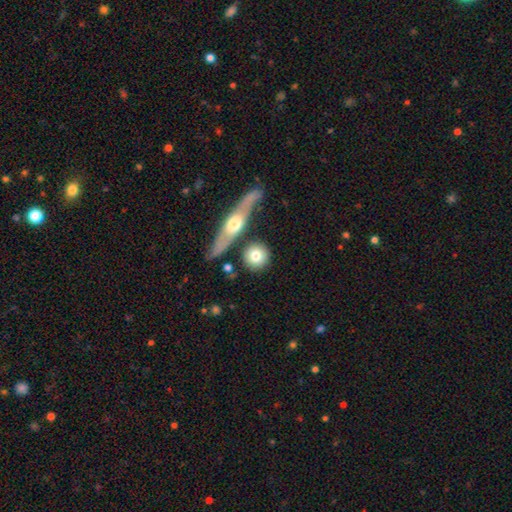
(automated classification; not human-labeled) smooth_or_featured: smooth (p=0.73) [alt: featured or disk p=0.21]
how_rounded: round (p=0.87) [alt: in between p=0.09]
merging: none (p=0.77) [alt: merger p=0.10]